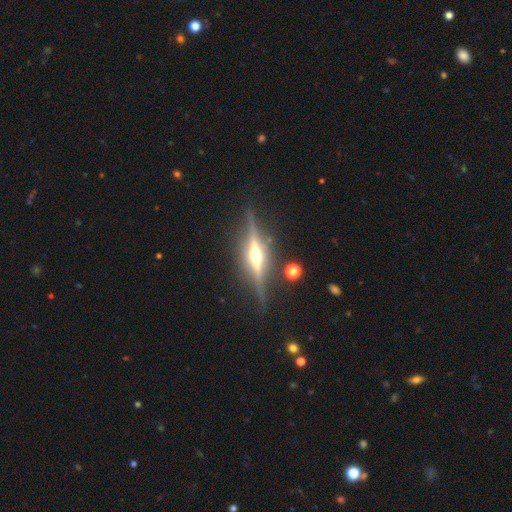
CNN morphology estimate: This appears to be a featured or disk galaxy (86%) viewed edge-on (97%) with a rounded central bulge (91%). Merging: none (85%).